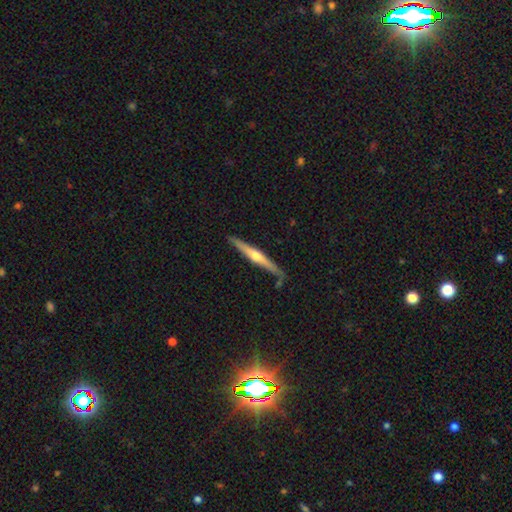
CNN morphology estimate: Q: Smooth or featured?
A: featured or disk (70%); runner-up: smooth (25%)
Q: Edge-on disk?
A: yes (97%); runner-up: no (3%)
Q: Edge-on bulge?
A: rounded (90%); runner-up: none (7%)
Q: Merging?
A: none (83%); runner-up: minor disturbance (12%)